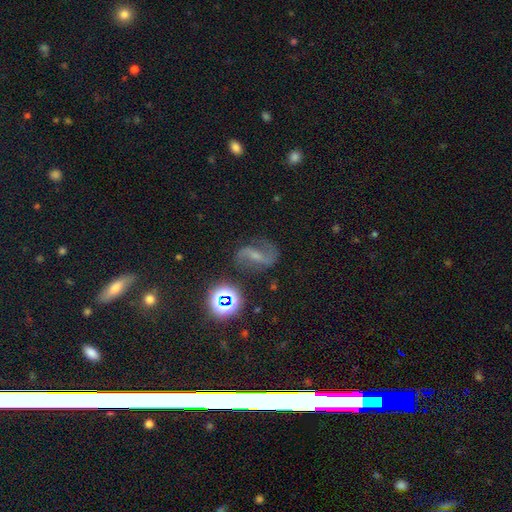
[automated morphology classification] A featured or disk galaxy (74%) with a strong bar (43%), 2 (89%) loose (53%) spiral arms (94%) and a small central bulge (56%).

Vote fractions:
- Smooth or featured? featured or disk: 74% / star or artifact: 16% / smooth: 10%
- Edge-on disk? no: 97% / yes: 3%
- Bar? strong: 43% / weak: 39% / no: 18%
- Spiral arms? yes: 94% / no: 6%
- Spiral winding? loose: 53% / medium: 38% / tight: 9%
- Spiral arm count? 2: 89% / 1: 5% / can't tell: 3% / 3: 1% / 4: 1% / more than 4: 1%
- Bulge size? small: 56% / moderate: 26% / none: 14% / large: 3% / dominant: 1%
- Merging? none: 70% / minor disturbance: 16% / major disturbance: 11% / merger: 3%